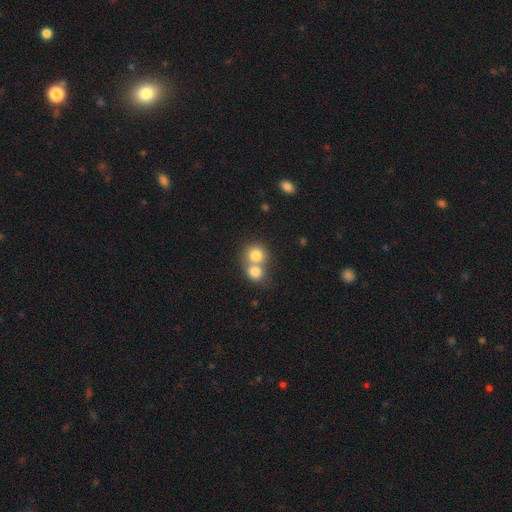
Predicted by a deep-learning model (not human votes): Smooth or featured? Predicted: smooth (p=0.78). How rounded? Predicted: round (p=0.80). Merging? Predicted: merger (p=0.61).